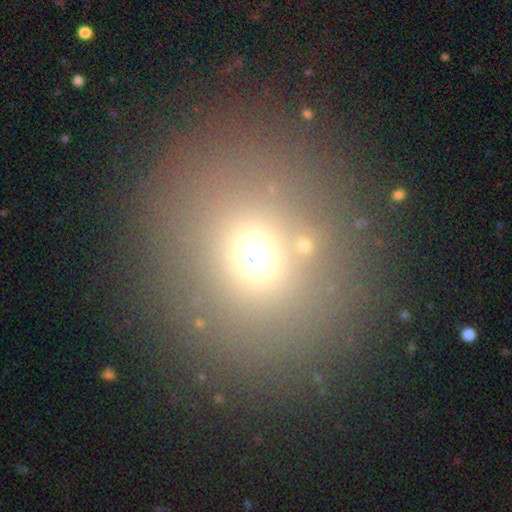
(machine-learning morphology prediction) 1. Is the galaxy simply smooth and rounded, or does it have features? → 65% smooth, 24% star or artifact, 11% featured or disk.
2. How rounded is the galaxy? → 80% round, 19% in between, 1% cigar-shaped.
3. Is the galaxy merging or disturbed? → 83% none, 8% minor disturbance, 5% major disturbance, 4% merger.